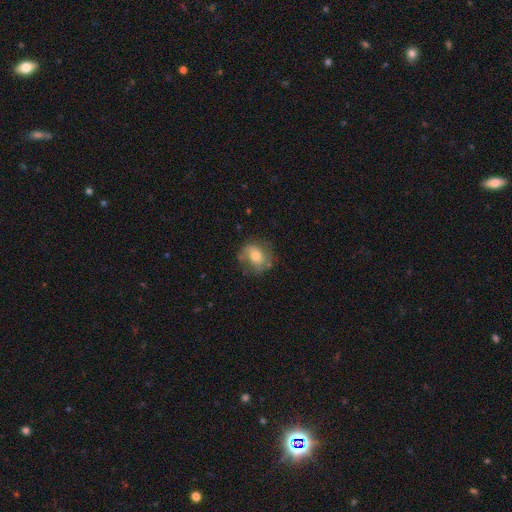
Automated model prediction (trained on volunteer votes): smooth-or-featured: smooth: 53% | featured or disk: 39% | star or artifact: 8%
  how-rounded: round: 53% | in between: 45% | cigar-shaped: 1%
  merging: none: 60% | minor disturbance: 25% | major disturbance: 12% | merger: 3%